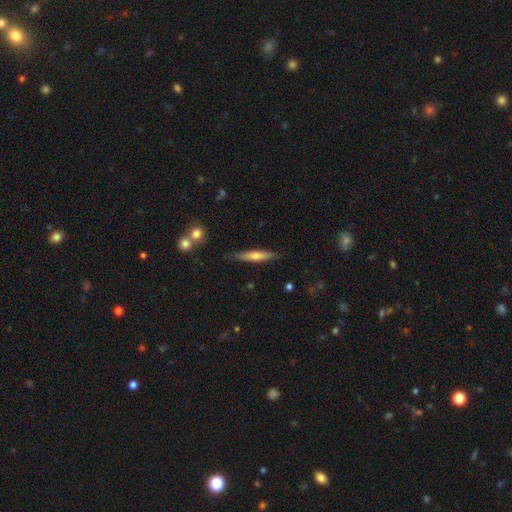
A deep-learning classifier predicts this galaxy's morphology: The model was most divided on "smooth or featured": smooth: 54%, featured or disk: 40%, star or artifact: 6%. More confident: how rounded — cigar-shaped (89%); merging — none (85%).